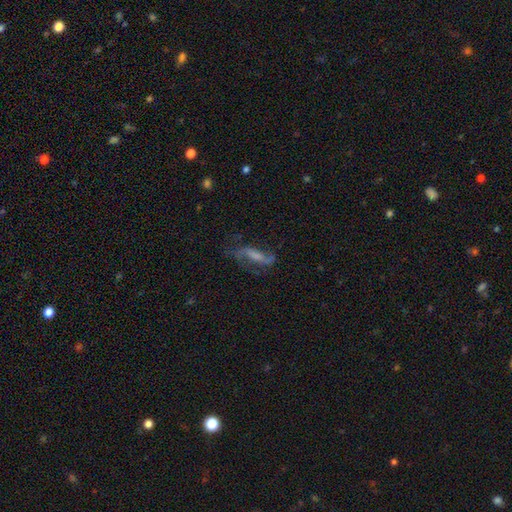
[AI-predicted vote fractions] Smooth or featured?
  - featured or disk: 61% *
  - smooth: 28%
  - star or artifact: 11%
Edge-on disk?
  - no: 84% *
  - yes: 16%
Bar?
  - no: 35% *
  - weak: 34%
  - strong: 31%
Spiral arms?
  - yes: 82% *
  - no: 18%
Bulge size?
  - none: 39% *
  - small: 30%
  - moderate: 21%
  - large: 8%
  - dominant: 2%
Merging?
  - none: 48% *
  - major disturbance: 27%
  - minor disturbance: 22%
  - merger: 3%